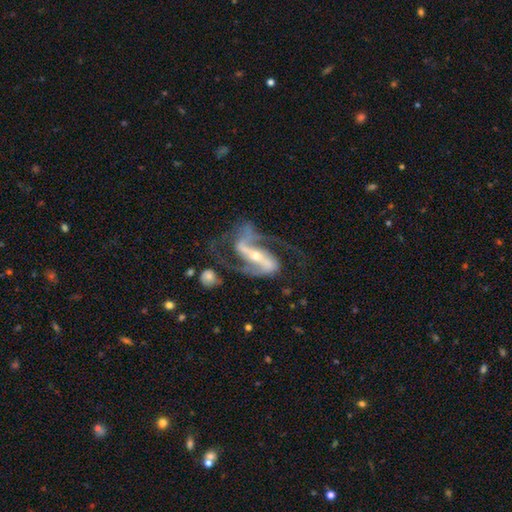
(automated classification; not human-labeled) Smooth or featured? Predicted: featured or disk (p=0.92). Edge-on disk? Predicted: no (p=0.95). Bar? Predicted: strong (p=0.73). Spiral arms? Predicted: yes (p=0.97). Spiral winding? Predicted: medium (p=0.50). Spiral arm count? Predicted: 2 (p=0.92). Bulge size? Predicted: small (p=0.60). Merging? Predicted: none (p=0.60).